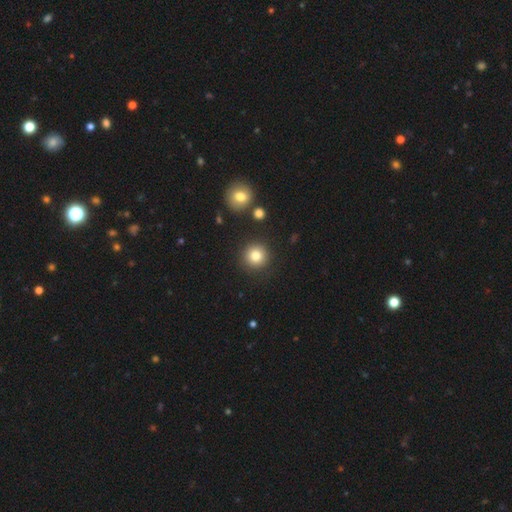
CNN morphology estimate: Overall: smooth (82%). How rounded: round (94%). Merging: none (89%).